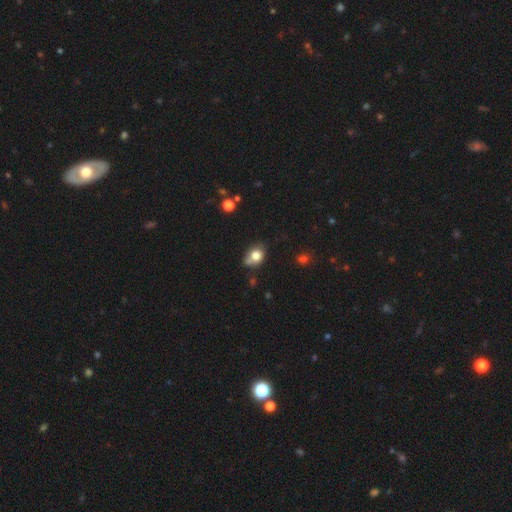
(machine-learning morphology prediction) A smooth galaxy with no disk features (77%) that is in between round and cigar-shaped (59%). Merging: none (52%).